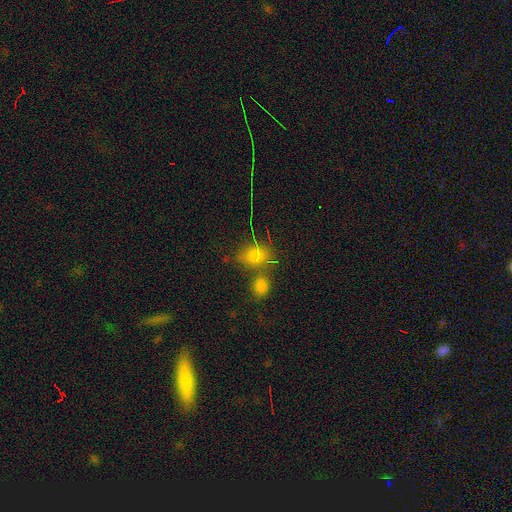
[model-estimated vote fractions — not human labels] smooth_or_featured: smooth (p=0.73) [alt: star or artifact p=0.19]
how_rounded: in between (p=0.60) [alt: round p=0.38]
merging: none (p=0.54) [alt: merger p=0.25]